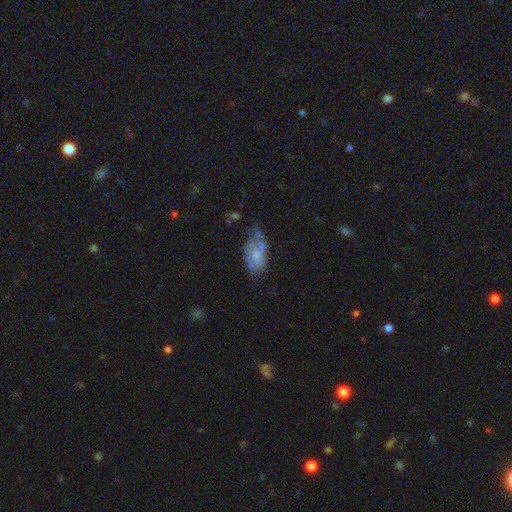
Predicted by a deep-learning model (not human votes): The model was most divided on "merging": minor disturbance: 32%, none: 29%, major disturbance: 23%, merger: 16%. More confident: how rounded — in between (90%); smooth or featured — smooth (51%).